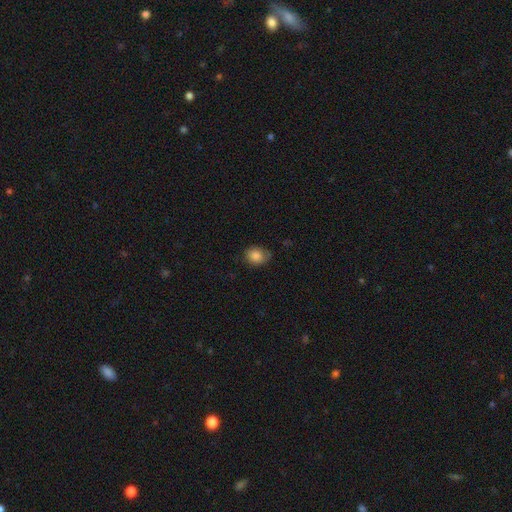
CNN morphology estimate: Smooth or featured?
  - smooth: 85% *
  - star or artifact: 9%
  - featured or disk: 7%
How rounded?
  - round: 54% *
  - in between: 46%
  - cigar-shaped: 1%
Merging?
  - none: 66% *
  - minor disturbance: 26%
  - major disturbance: 6%
  - merger: 1%